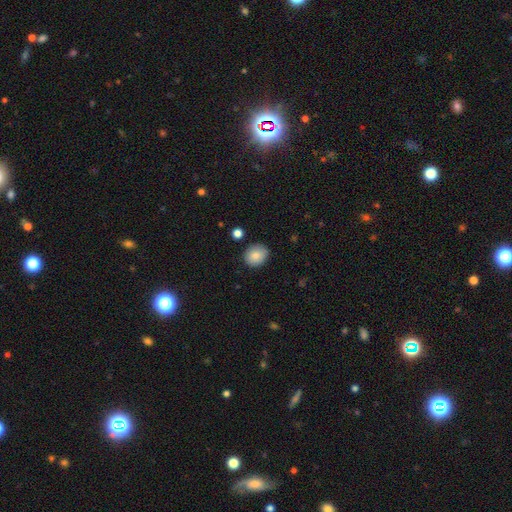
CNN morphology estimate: Overall: smooth (85%). How rounded: round (67%; in between 32%). Merging: none (85%).